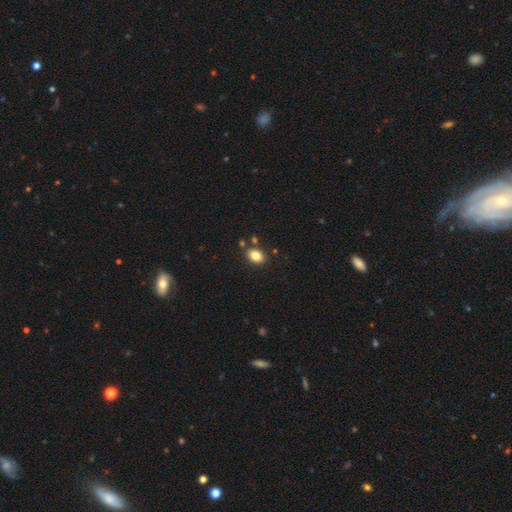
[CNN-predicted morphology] smooth-or-featured: smooth: 84% | star or artifact: 10% | featured or disk: 6%
  how-rounded: in between: 72% | round: 27% | cigar-shaped: 1%
  merging: none: 81% | minor disturbance: 10% | merger: 6% | major disturbance: 3%